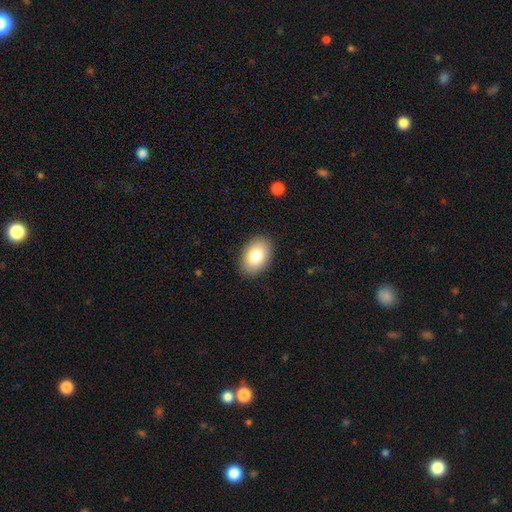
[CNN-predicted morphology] Overall: smooth (80%). How rounded: in between (86%). Merging: none (89%).